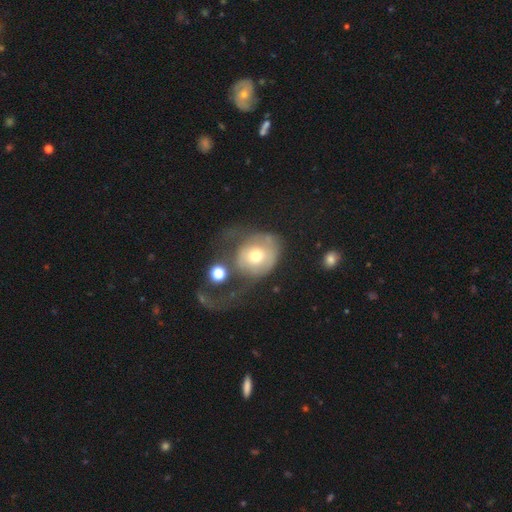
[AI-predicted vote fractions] A smooth galaxy with no disk features (51%) that is round (66%).

Vote fractions:
- Smooth or featured? smooth: 51% / featured or disk: 40% / star or artifact: 8%
- How rounded? round: 66% / in between: 33% / cigar-shaped: 1%
- Merging? major disturbance: 50% / none: 20% / minor disturbance: 16% / merger: 13%